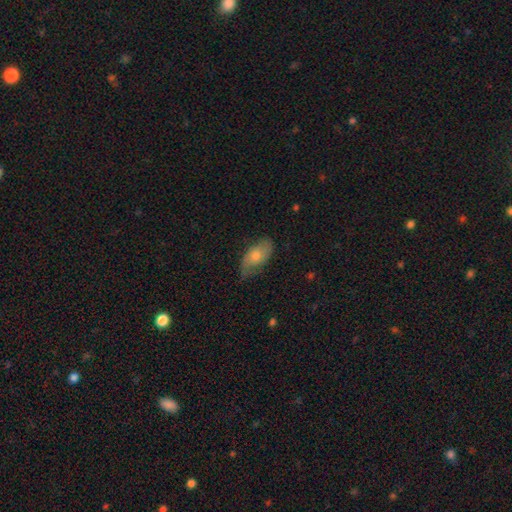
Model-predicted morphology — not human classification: This appears to be a smooth galaxy with no disk features (52%) that is in between round and cigar-shaped (88%). Merging: none (72%).